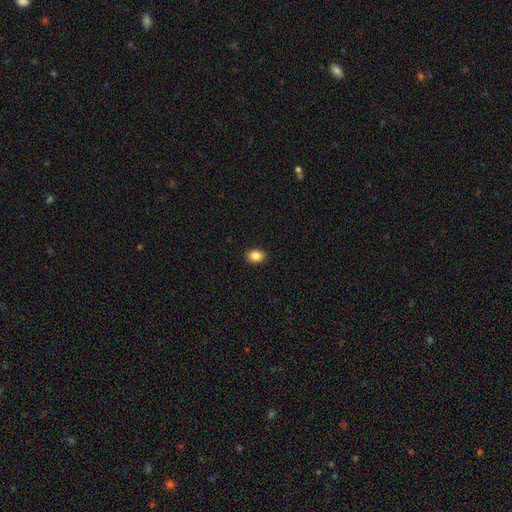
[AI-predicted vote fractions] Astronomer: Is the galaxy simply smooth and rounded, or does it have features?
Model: smooth — 86%.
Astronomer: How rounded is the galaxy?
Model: in between — 71%.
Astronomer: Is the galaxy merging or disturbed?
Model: none — 90%.